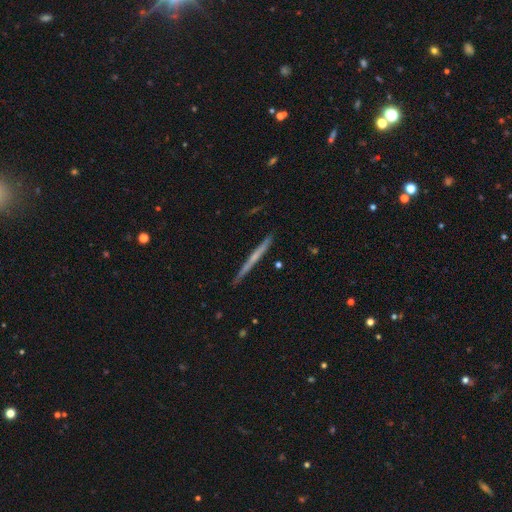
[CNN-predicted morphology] smooth-or-featured: featured or disk: 61% | smooth: 33% | star or artifact: 5%
  disk-edge-on: yes: 98% | no: 2%
    edge-on-bulge: none: 66% | rounded: 28% | boxy: 6%
  merging: none: 89% | minor disturbance: 8% | major disturbance: 1% | merger: 1%